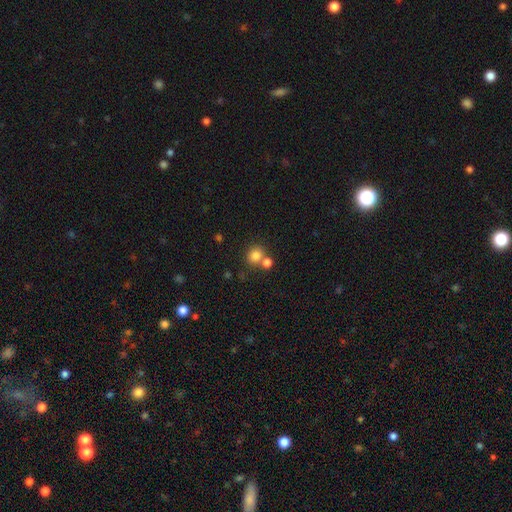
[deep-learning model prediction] Overall: smooth (81%). How rounded: round (79%). Merging: none (56%; merger 32%).